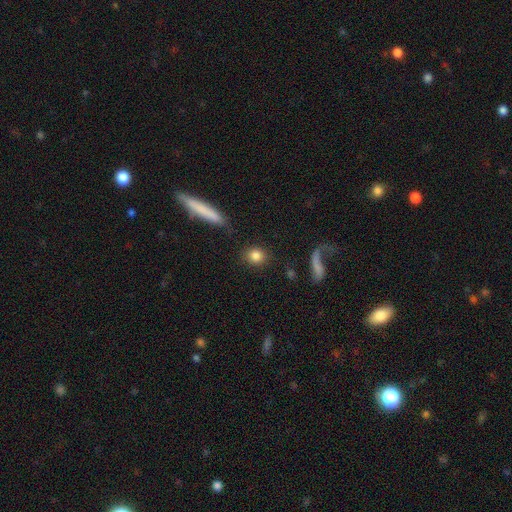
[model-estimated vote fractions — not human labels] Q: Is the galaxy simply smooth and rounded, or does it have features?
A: smooth — 84%.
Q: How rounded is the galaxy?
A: round — 80%.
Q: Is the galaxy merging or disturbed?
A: none — 83%.